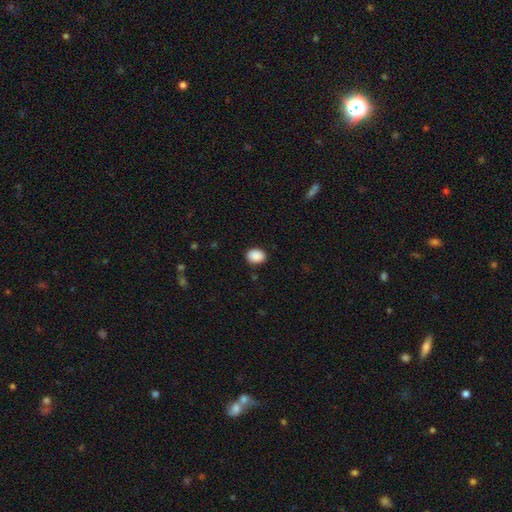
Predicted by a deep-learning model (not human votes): smooth 90%, star or artifact 8%, featured or disk 2%. Down the decision tree: how rounded — in between (56%); merging — none (88%).